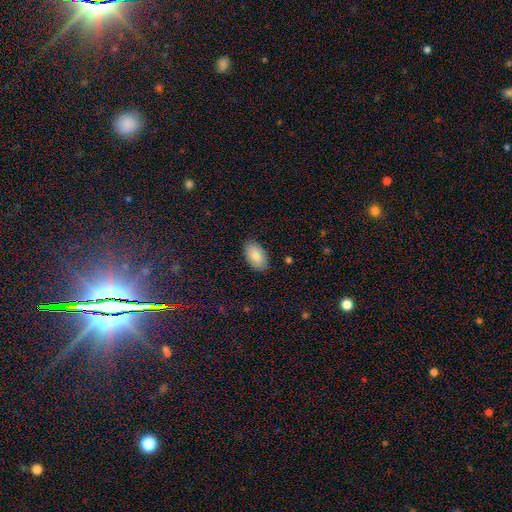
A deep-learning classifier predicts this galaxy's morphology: This is clearly a smooth galaxy (81%). How rounded: clearly in between (94%). Merging: clearly none (87%).